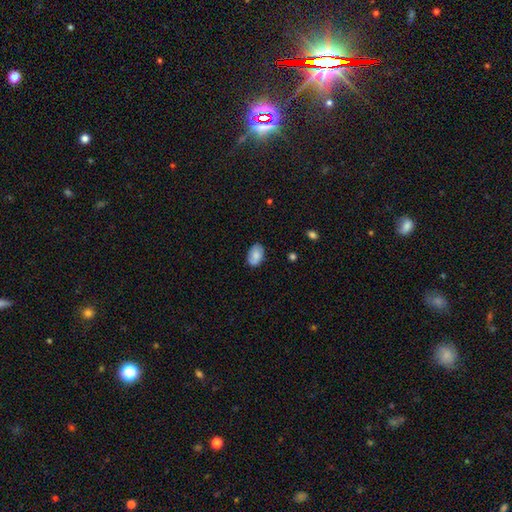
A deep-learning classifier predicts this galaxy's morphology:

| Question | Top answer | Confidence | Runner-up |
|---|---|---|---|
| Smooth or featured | smooth | 80% | featured or disk (13%) |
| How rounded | in between | 89% | round (10%) |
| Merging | none | 81% | minor disturbance (16%) |